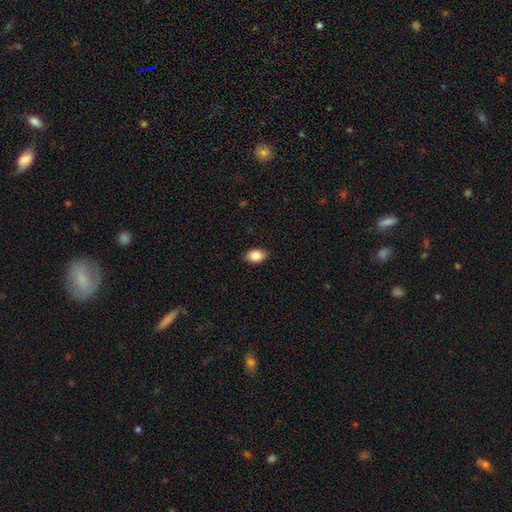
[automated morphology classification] The model was most divided on "how rounded": in between: 87%, round: 11%, cigar-shaped: 1%. More confident: merging — none (89%); smooth or featured — smooth (86%).